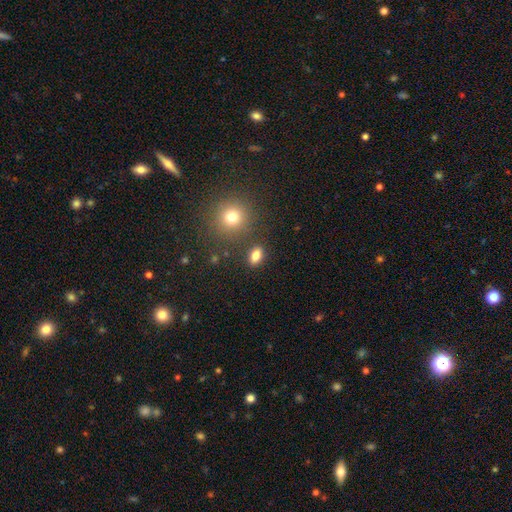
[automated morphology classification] The model was most divided on "how rounded": in between: 81%, round: 16%, cigar-shaped: 3%. More confident: merging — none (82%); smooth or featured — smooth (82%).